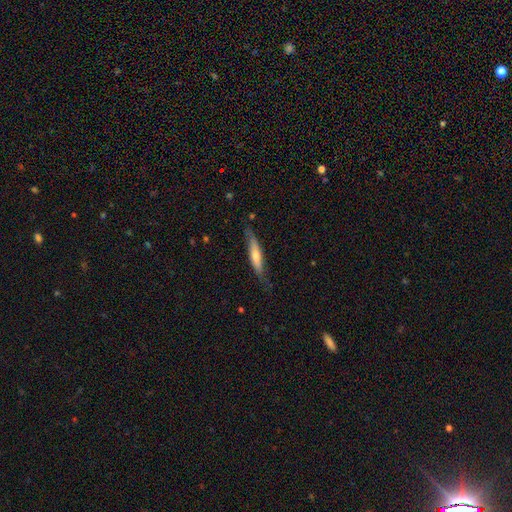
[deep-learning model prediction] Smooth or featured: featured or disk — 49% (smooth — 45%)
Merging: none — 72% (minor disturbance — 22%)